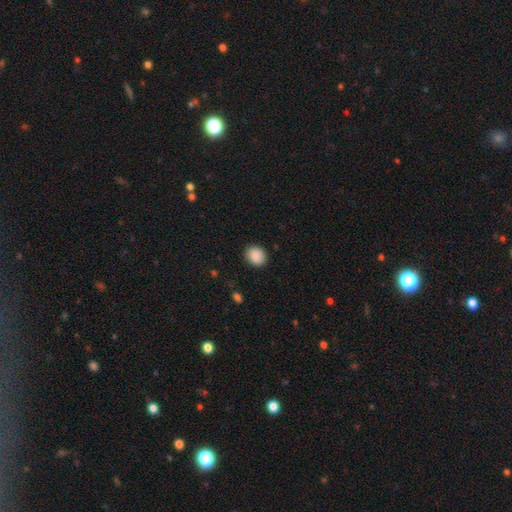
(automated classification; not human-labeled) Overall: smooth (89%). How rounded: round (65%; in between 34%). Merging: none (86%).